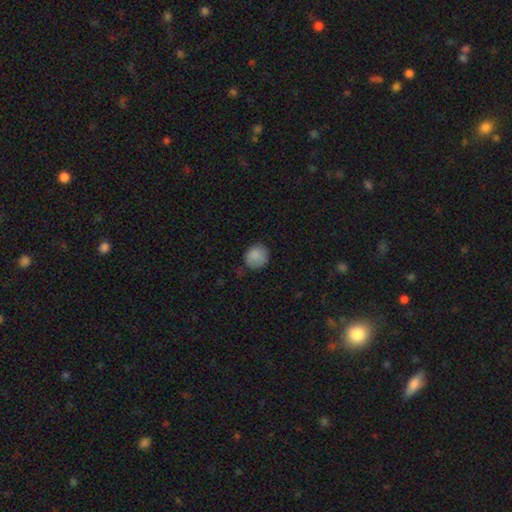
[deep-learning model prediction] Smooth or featured?
  - smooth: 85% *
  - star or artifact: 9%
  - featured or disk: 6%
How rounded?
  - round: 85% *
  - in between: 14%
  - cigar-shaped: 1%
Merging?
  - none: 73% *
  - minor disturbance: 21%
  - major disturbance: 5%
  - merger: 1%